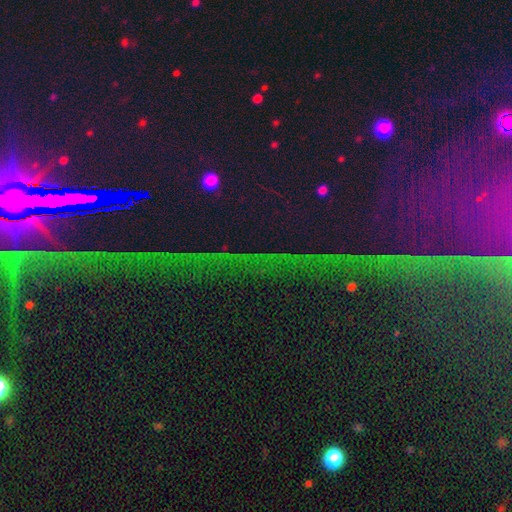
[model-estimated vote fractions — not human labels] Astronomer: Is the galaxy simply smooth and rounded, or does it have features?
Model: star or artifact — 84%.